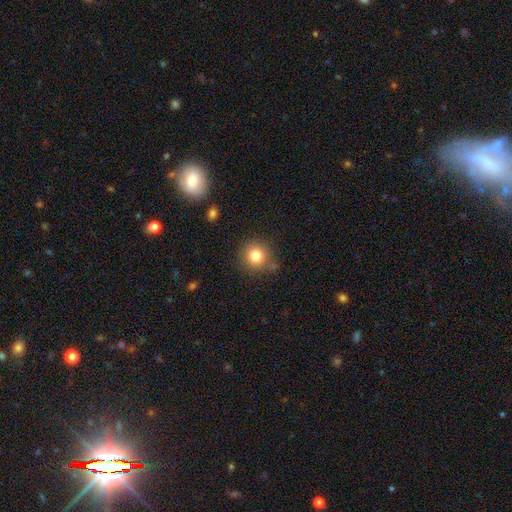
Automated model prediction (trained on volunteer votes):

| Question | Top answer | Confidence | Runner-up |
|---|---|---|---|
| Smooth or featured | smooth | 81% | star or artifact (11%) |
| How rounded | round | 91% | in between (8%) |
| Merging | none | 79% | minor disturbance (13%) |